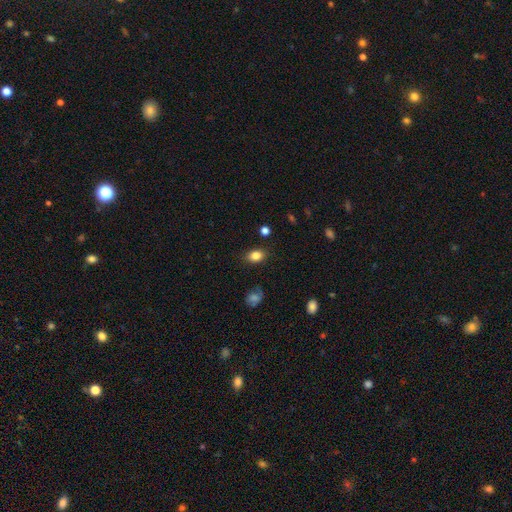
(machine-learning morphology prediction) type=smooth (84%); roundness=in between (72%); merging=none (82%).